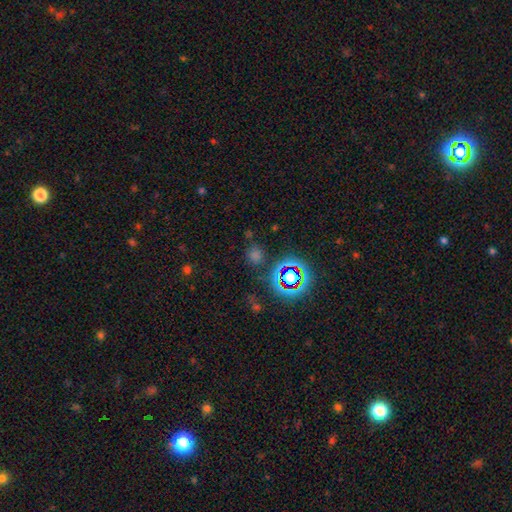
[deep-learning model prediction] The model was most divided on "smooth or featured": star or artifact: 52%, smooth: 40%, featured or disk: 7%.